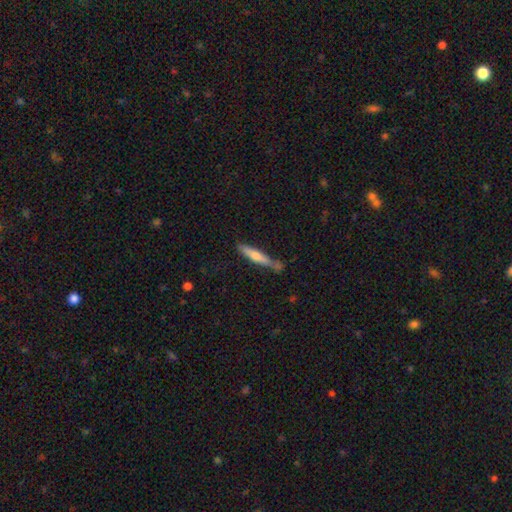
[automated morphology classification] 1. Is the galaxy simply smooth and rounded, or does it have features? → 56% smooth, 38% featured or disk, 6% star or artifact.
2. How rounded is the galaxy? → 90% cigar-shaped, 8% in between, 1% round.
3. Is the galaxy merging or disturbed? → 65% none, 22% minor disturbance, 8% merger, 5% major disturbance.